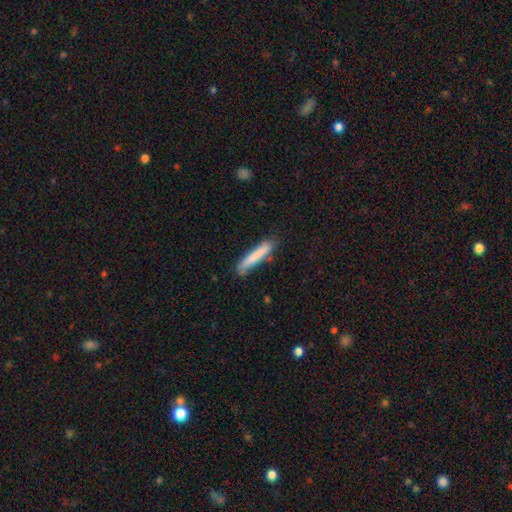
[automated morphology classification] This is likely a smooth galaxy (79%). How rounded: clearly cigar-shaped (93%). Merging: likely none (78%).